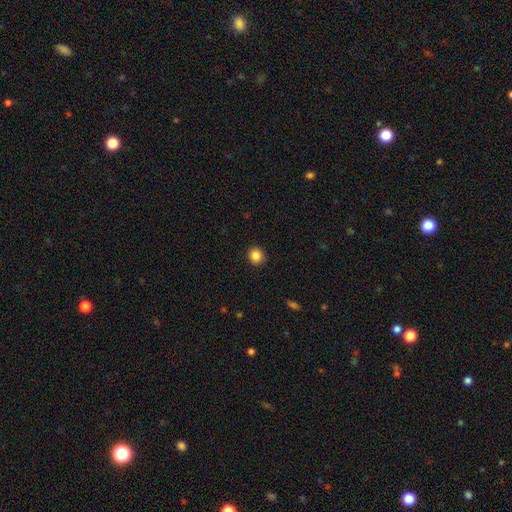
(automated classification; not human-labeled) smooth_or_featured: smooth (p=0.86) [alt: star or artifact p=0.10]
how_rounded: round (p=0.90) [alt: in between p=0.09]
merging: none (p=0.92) [alt: minor disturbance p=0.05]